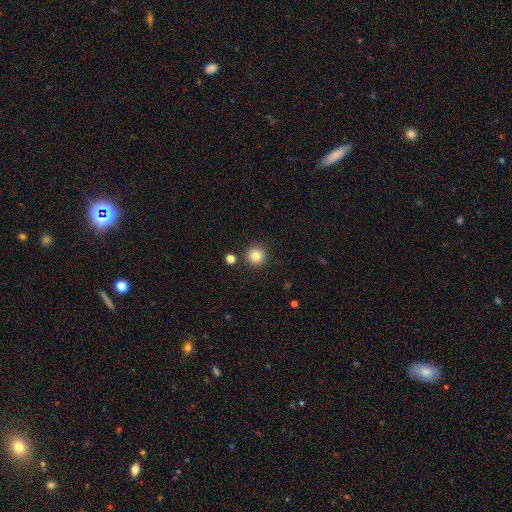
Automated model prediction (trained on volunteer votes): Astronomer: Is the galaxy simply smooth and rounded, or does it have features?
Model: smooth — 84%.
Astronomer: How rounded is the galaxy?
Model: round — 95%.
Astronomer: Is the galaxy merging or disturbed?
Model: none — 88%.